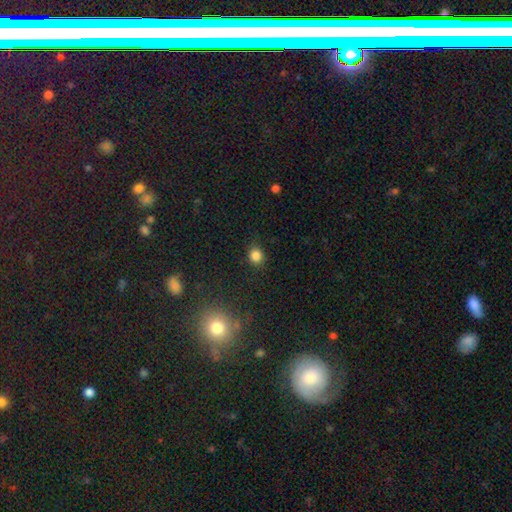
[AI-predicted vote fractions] This appears to be a smooth galaxy with no disk features (84%) that is round (80%). Merging: none (86%).